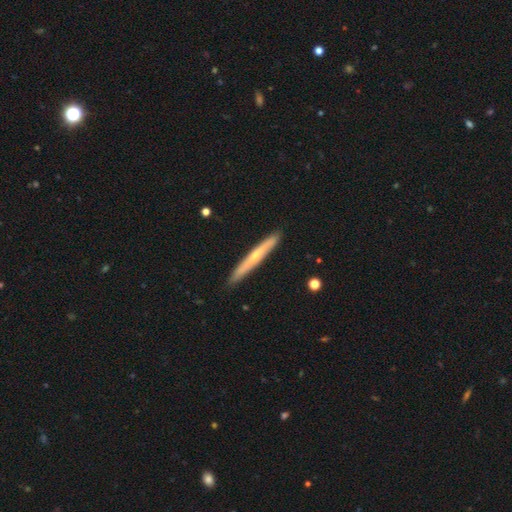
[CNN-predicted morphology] The model was most divided on "smooth or featured": featured or disk: 53%, smooth: 41%, star or artifact: 6%. More confident: edge-on disk — yes (93%); merging — none (90%).